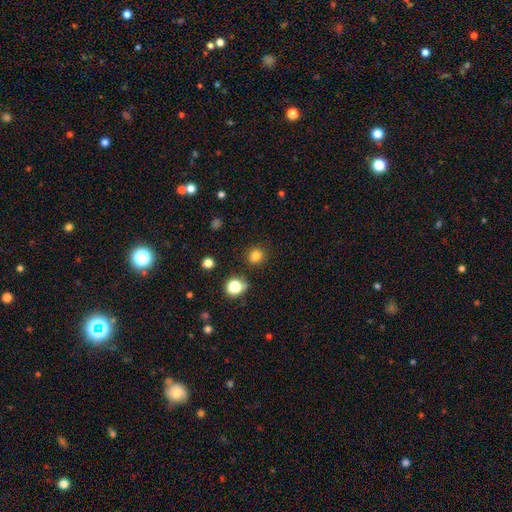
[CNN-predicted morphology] type=smooth (80%); roundness=round (86%); merging=none (85%).